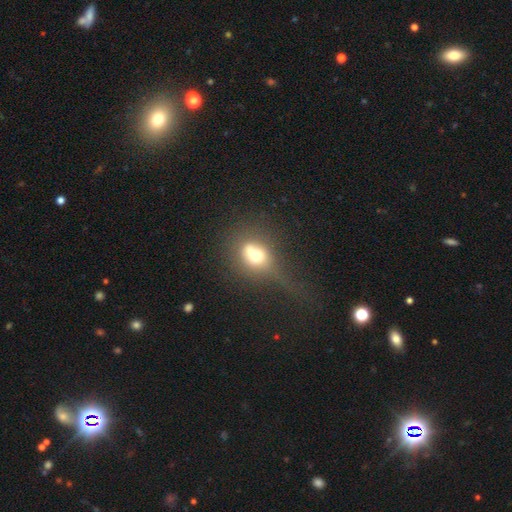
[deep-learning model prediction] smooth 57%, featured or disk 29%, star or artifact 14%. Down the decision tree: how rounded — round (56%); merging — merger (41%).